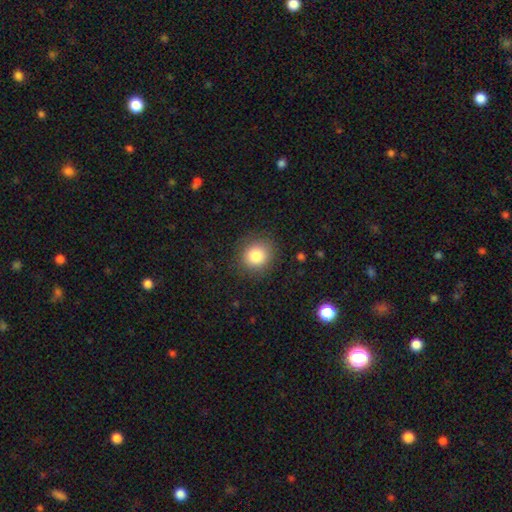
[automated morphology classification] This appears to be a smooth galaxy with no disk features (83%) that is round (86%). Merging: none (88%).